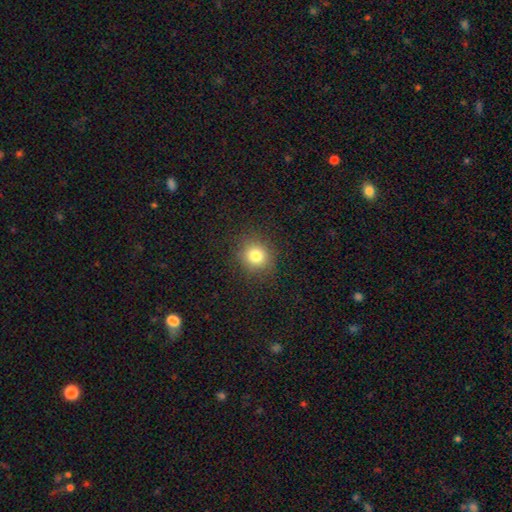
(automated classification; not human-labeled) smooth-or-featured: smooth: 80% | star or artifact: 13% | featured or disk: 7%
  how-rounded: round: 87% | in between: 12% | cigar-shaped: 1%
  merging: none: 88% | minor disturbance: 8% | major disturbance: 3% | merger: 1%